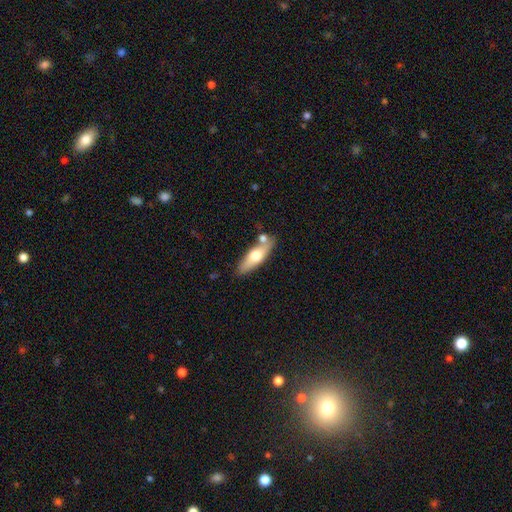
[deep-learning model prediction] Smooth or featured? Predicted: smooth (p=0.57). How rounded? Predicted: cigar-shaped (p=0.50). Merging? Predicted: none (p=0.69).